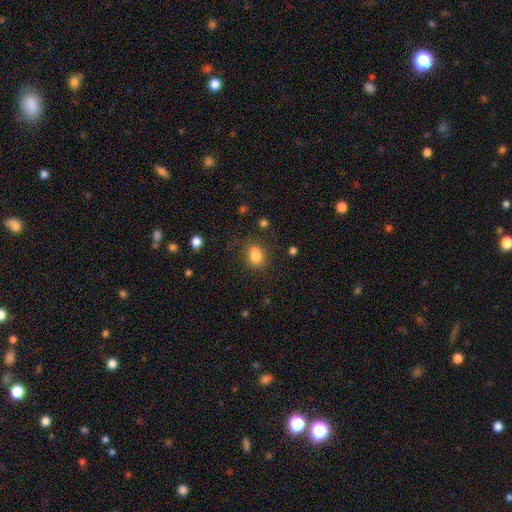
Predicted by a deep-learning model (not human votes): smooth_or_featured: smooth (p=0.79) [alt: star or artifact p=0.12]
how_rounded: in between (p=0.52) [alt: round p=0.46]
merging: none (p=0.64) [alt: minor disturbance p=0.18]